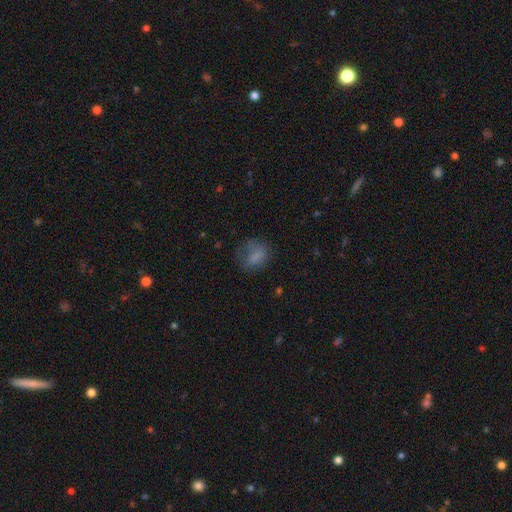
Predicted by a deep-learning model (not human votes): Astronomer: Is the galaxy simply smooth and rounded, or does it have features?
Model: smooth — 74%.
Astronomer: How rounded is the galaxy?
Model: in between — 56% (runner-up: round, 42%).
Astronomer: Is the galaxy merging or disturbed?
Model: none — 53%.